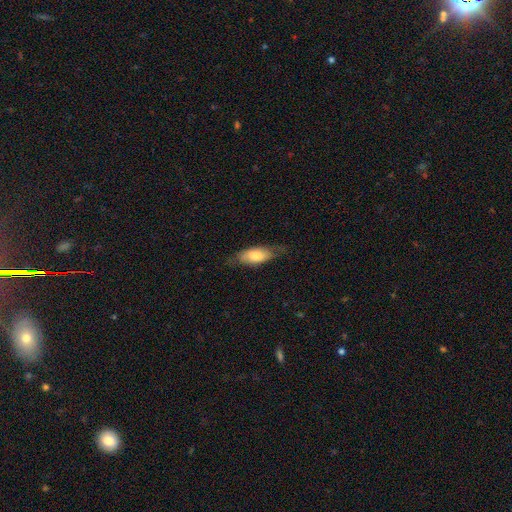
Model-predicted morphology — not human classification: smooth 70%, featured or disk 24%, star or artifact 6%. Down the decision tree: how rounded — in between (78%); merging — none (64%).